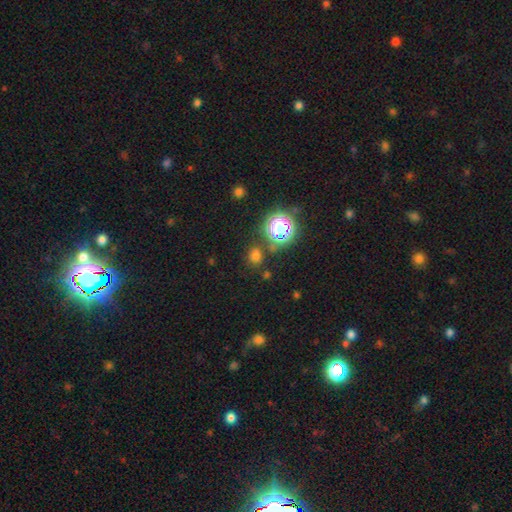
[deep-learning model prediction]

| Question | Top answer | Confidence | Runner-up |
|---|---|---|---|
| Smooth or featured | smooth | 62% | star or artifact (32%) |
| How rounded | round | 72% | in between (27%) |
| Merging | none | 79% | minor disturbance (11%) |